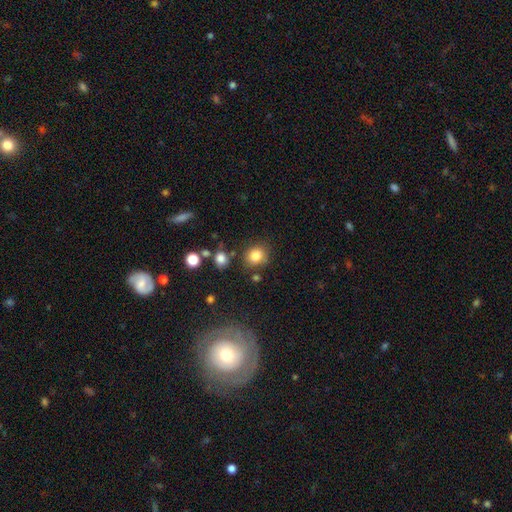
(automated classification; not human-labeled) Q: Smooth or featured?
A: smooth (82%); runner-up: star or artifact (12%)
Q: How rounded?
A: round (72%); runner-up: in between (27%)
Q: Merging?
A: none (75%); runner-up: minor disturbance (14%)